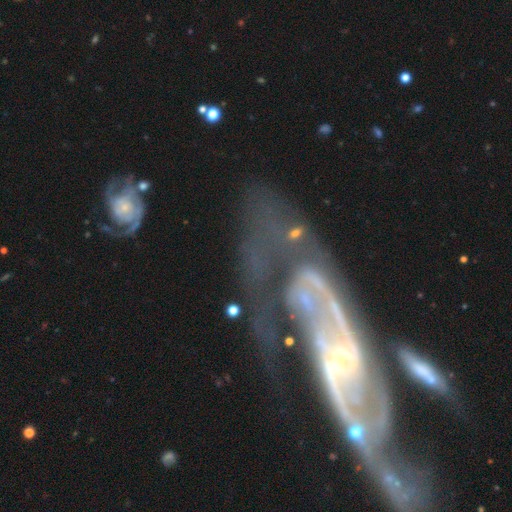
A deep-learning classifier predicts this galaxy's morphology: Overall: featured or disk (76%). Edge-on disk: no (83%). Bar: no (41%; weak 30%). Spiral arms: yes (75%). Bulge size: small (44%; moderate 27%). Merging: major disturbance (35%; none 33%).